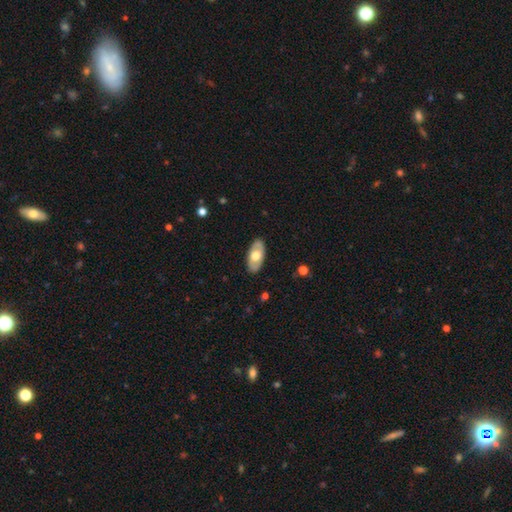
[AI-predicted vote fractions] A smooth galaxy with no disk features (55%) that is in between round and cigar-shaped (93%).

Vote fractions:
- Smooth or featured? smooth: 55% / featured or disk: 40% / star or artifact: 5%
- How rounded? in between: 93% / cigar-shaped: 4% / round: 3%
- Merging? none: 86% / minor disturbance: 10% / major disturbance: 2% / merger: 1%